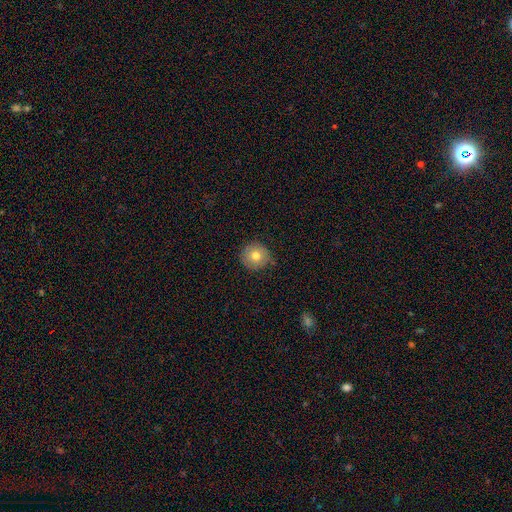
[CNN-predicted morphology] This appears to be a smooth galaxy with no disk features (74%) that is round (94%). Merging: none (82%).